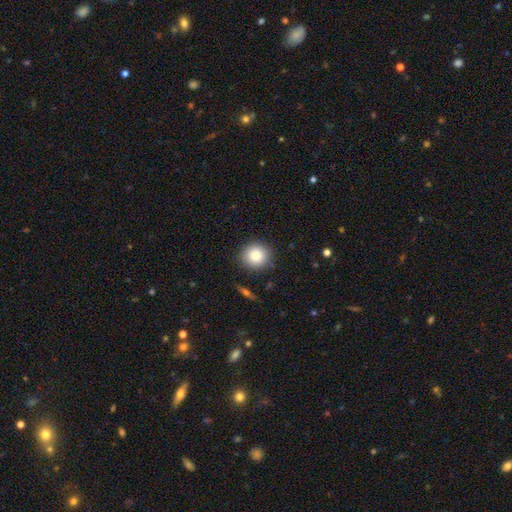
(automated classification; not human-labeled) Smooth or featured? Predicted: smooth (p=0.84). How rounded? Predicted: round (p=0.90). Merging? Predicted: none (p=0.89).